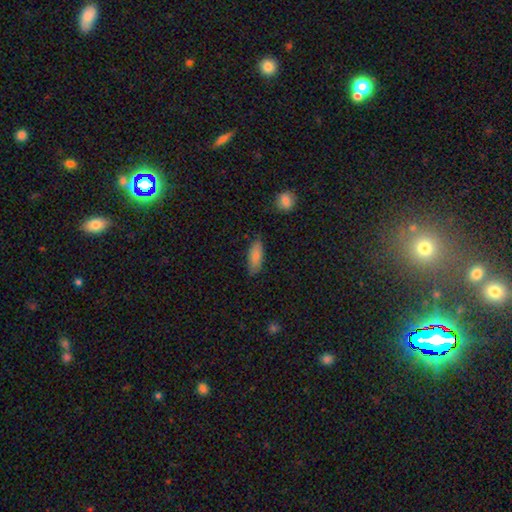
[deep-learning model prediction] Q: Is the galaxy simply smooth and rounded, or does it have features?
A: smooth — 85%.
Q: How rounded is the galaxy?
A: in between — 76%.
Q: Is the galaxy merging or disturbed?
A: none — 81%.